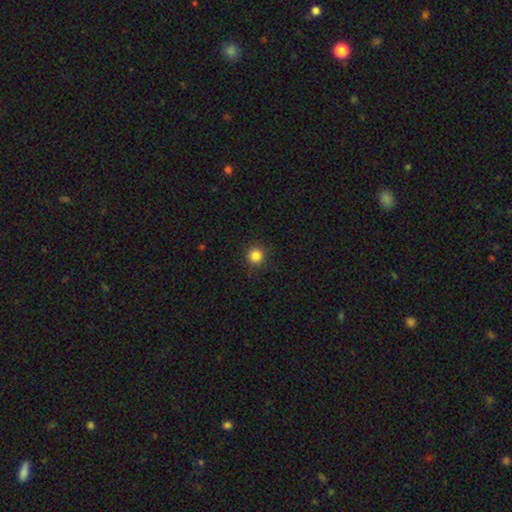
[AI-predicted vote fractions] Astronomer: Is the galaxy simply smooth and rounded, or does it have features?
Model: smooth — 85%.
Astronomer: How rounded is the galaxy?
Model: round — 93%.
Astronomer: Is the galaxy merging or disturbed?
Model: none — 90%.